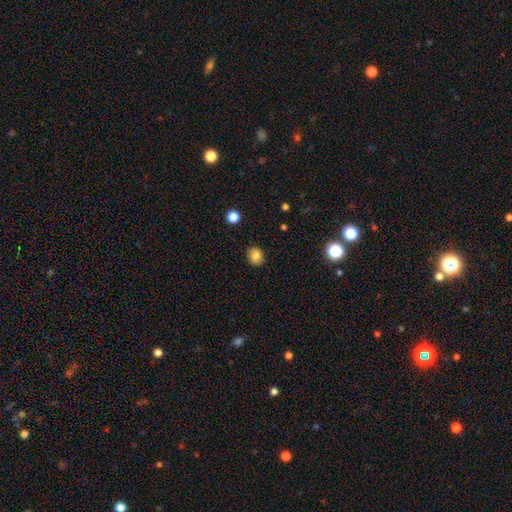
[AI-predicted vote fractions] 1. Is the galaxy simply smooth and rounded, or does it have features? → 82% smooth, 10% star or artifact, 8% featured or disk.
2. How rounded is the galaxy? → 61% round, 38% in between, 1% cigar-shaped.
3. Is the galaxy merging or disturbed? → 88% none, 9% minor disturbance, 2% major disturbance, 1% merger.